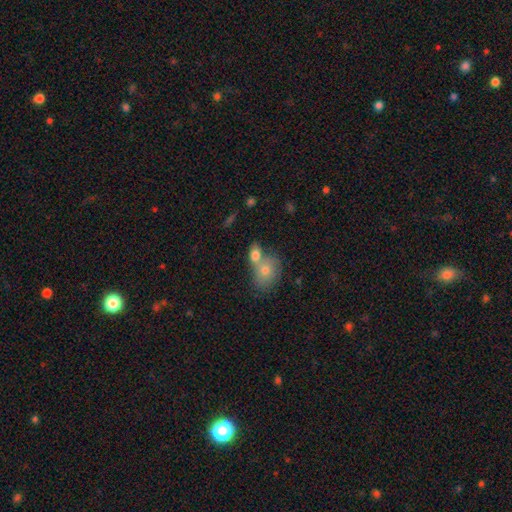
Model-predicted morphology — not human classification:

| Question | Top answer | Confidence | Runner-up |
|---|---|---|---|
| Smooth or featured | smooth | 75% | featured or disk (16%) |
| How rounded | in between | 72% | round (25%) |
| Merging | merger | 63% | none (26%) |